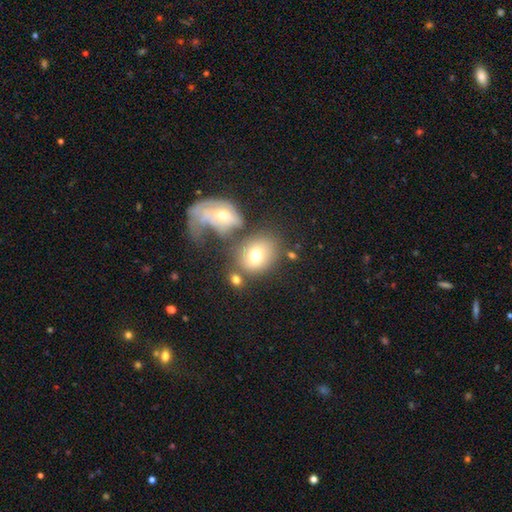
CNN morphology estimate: smooth 69%, featured or disk 21%, star or artifact 10%. Down the decision tree: how rounded — round (55%); merging — none (48%).